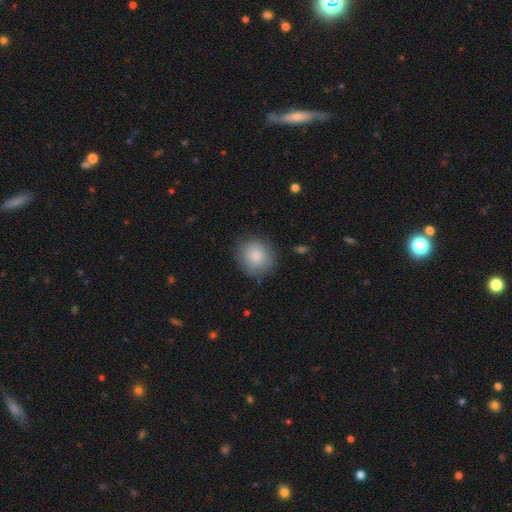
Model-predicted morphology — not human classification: smooth_or_featured: smooth (p=0.84) [alt: featured or disk p=0.09]
how_rounded: round (p=0.90) [alt: in between p=0.09]
merging: none (p=0.82) [alt: minor disturbance p=0.13]